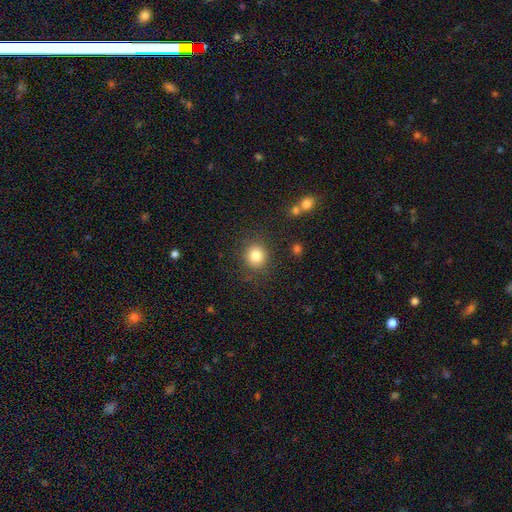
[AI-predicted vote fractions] A smooth galaxy with no disk features (82%) that is round (88%).

Vote fractions:
- Smooth or featured? smooth: 82% / star or artifact: 11% / featured or disk: 6%
- How rounded? round: 88% / in between: 11% / cigar-shaped: 1%
- Merging? none: 86% / minor disturbance: 8% / major disturbance: 3% / merger: 2%